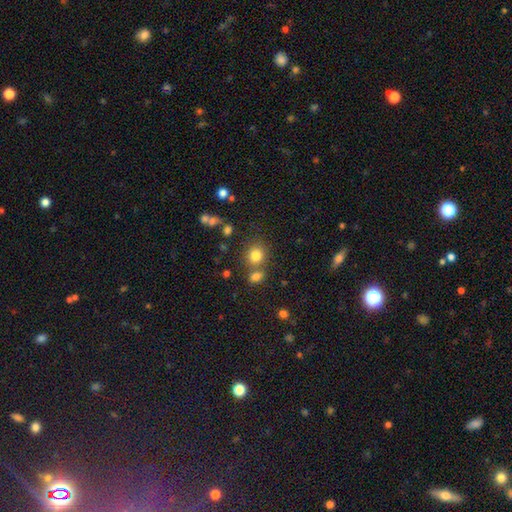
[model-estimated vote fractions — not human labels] Morphology: type=smooth (80%); roundness=round (78%); merging=none (63%).